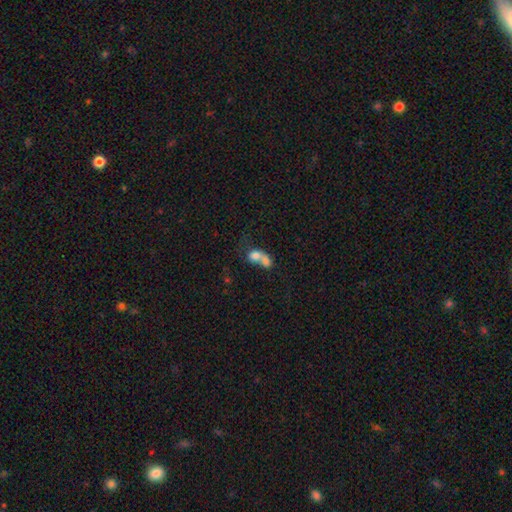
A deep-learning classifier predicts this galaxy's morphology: The model was most divided on "how rounded": in between: 50%, round: 48%, cigar-shaped: 2%. More confident: merging — merger (77%); smooth or featured — smooth (68%).